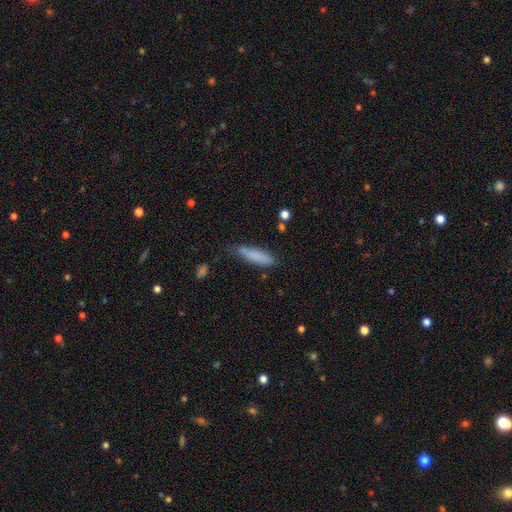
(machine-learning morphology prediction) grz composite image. It shows a smooth galaxy with no disk features (83%) that is cigar-shaped (70%). Merging: none (64%).